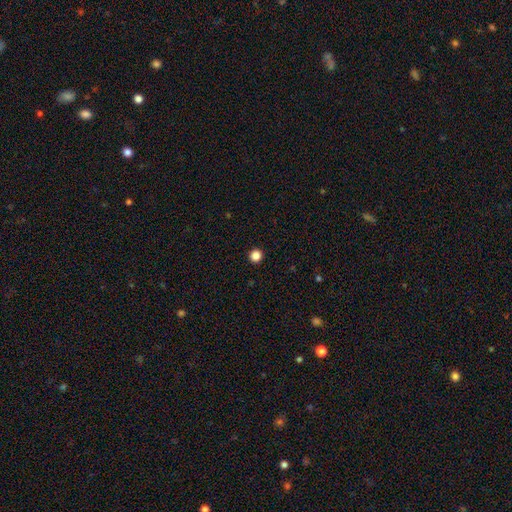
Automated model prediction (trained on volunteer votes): This is clearly a smooth galaxy (86%). How rounded: clearly round (96%). Merging: clearly none (94%).